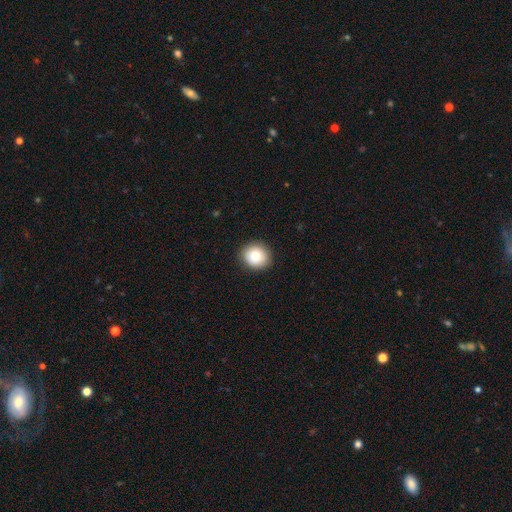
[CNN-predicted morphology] smooth_or_featured: smooth (p=0.81) [alt: featured or disk p=0.10]
how_rounded: round (p=0.83) [alt: in between p=0.16]
merging: none (p=0.89) [alt: minor disturbance p=0.08]